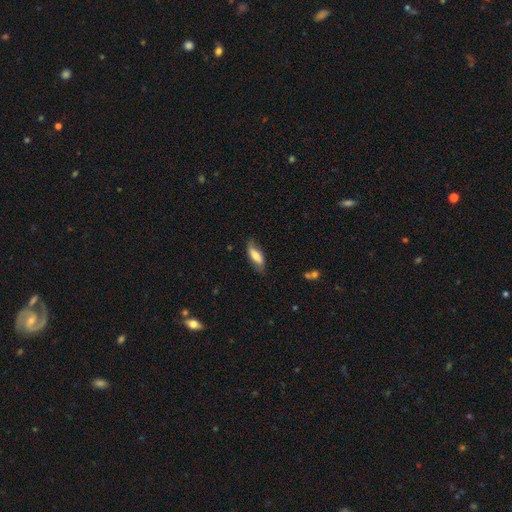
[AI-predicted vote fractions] The model was most divided on "smooth or featured": smooth: 62%, featured or disk: 31%, star or artifact: 7%. More confident: merging — none (69%); how rounded — in between (66%).